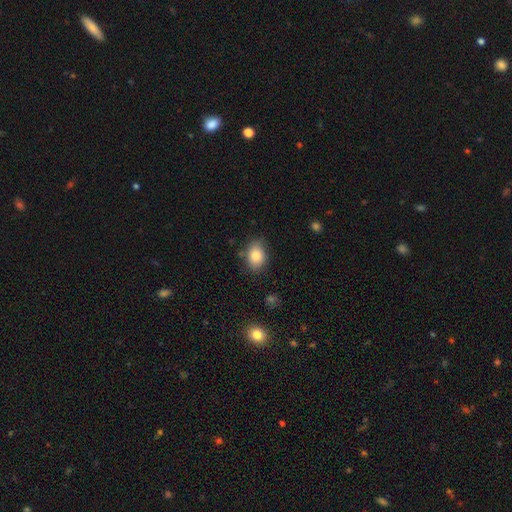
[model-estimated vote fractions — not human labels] The model was most divided on "how rounded": in between: 69%, round: 30%, cigar-shaped: 1%. More confident: smooth or featured — smooth (84%); merging — none (78%).